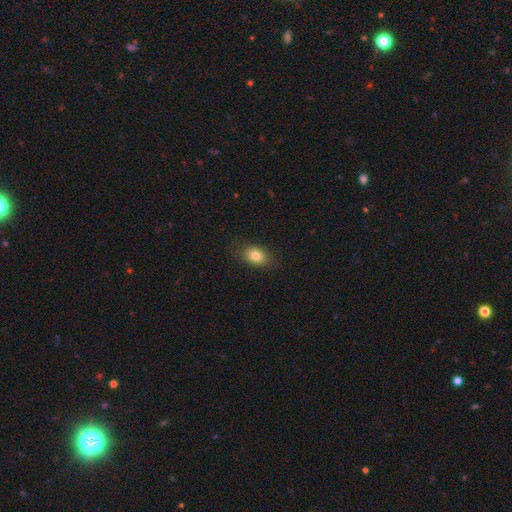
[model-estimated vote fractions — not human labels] Smooth or featured: smooth — 82% (star or artifact — 10%)
How rounded: in between — 72% (round — 26%)
Merging: none — 83% (minor disturbance — 13%)